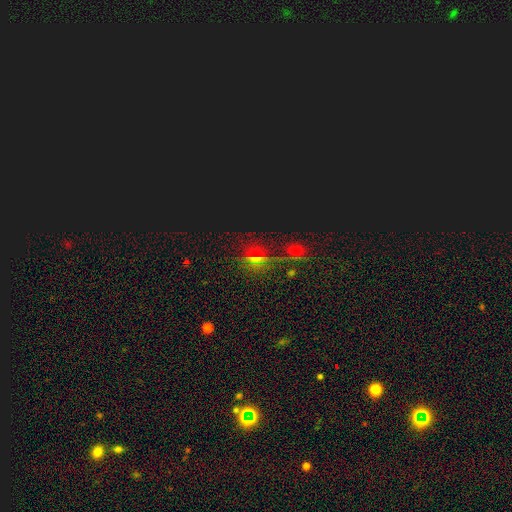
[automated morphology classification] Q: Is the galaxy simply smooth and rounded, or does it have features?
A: star or artifact — 64%.